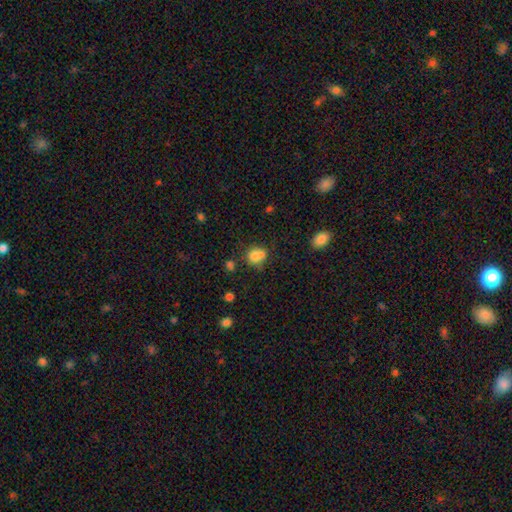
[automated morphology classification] smooth-or-featured: smooth: 77% | star or artifact: 12% | featured or disk: 11%
  how-rounded: round: 62% | in between: 37% | cigar-shaped: 1%
  merging: none: 46% | merger: 27% | minor disturbance: 19% | major disturbance: 7%